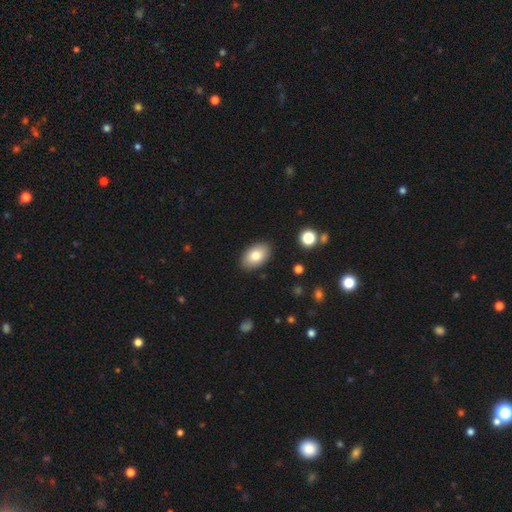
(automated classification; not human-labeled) A smooth galaxy with no disk features (80%) that is in between round and cigar-shaped (91%). Merging: none (87%).